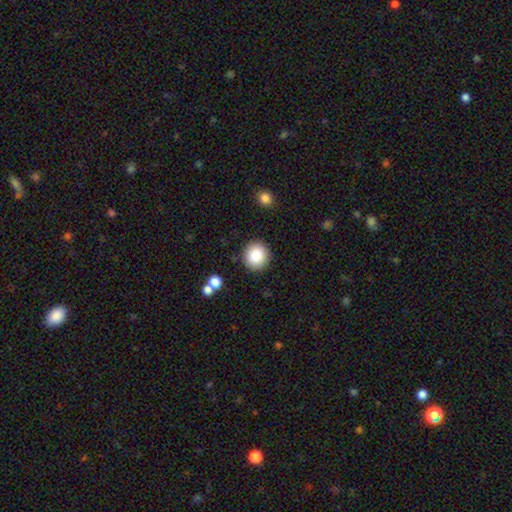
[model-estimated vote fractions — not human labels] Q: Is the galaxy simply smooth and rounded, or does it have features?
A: smooth — 85%.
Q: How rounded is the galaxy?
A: round — 91%.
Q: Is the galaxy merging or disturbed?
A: none — 89%.